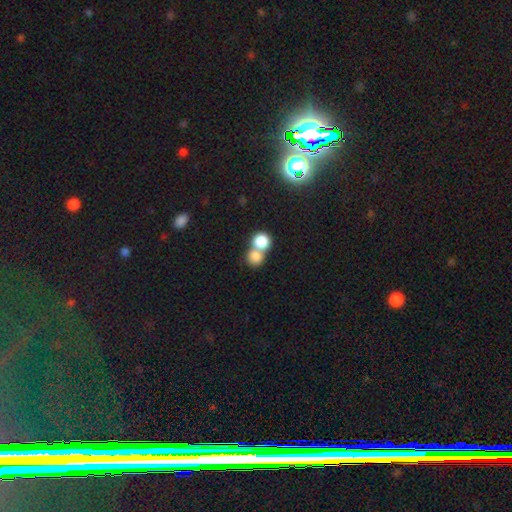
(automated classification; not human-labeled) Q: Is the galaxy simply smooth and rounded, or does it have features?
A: smooth — 81%.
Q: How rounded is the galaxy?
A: round — 82%.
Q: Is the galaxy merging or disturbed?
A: merger — 59%.